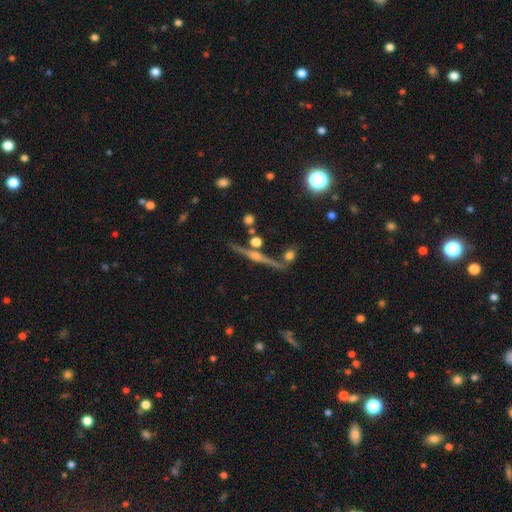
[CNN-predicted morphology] featured or disk 82%, smooth 9%, star or artifact 8%. Down the decision tree: edge-on disk — yes (97%); edge-on bulge — rounded (85%); merging — none (81%).